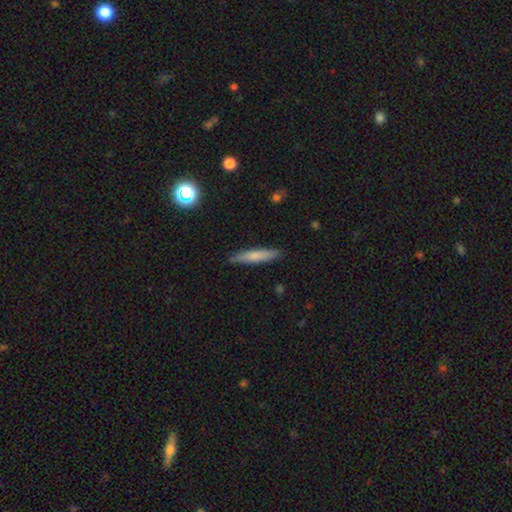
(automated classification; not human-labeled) smooth 70%, featured or disk 24%, star or artifact 6%. Down the decision tree: how rounded — cigar-shaped (91%); merging — none (87%).